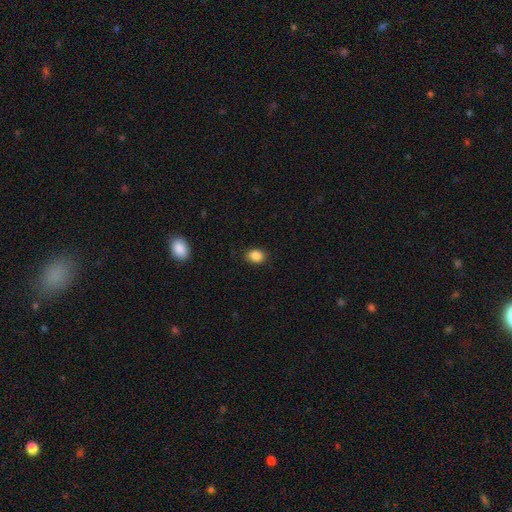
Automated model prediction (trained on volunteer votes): This is clearly a smooth galaxy (87%). How rounded: likely in between (62%). Merging: clearly none (87%).